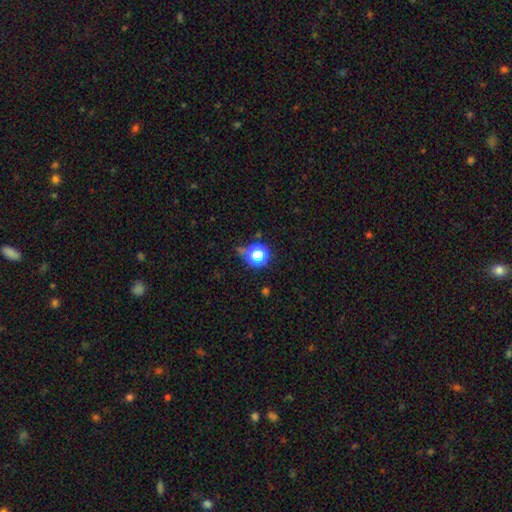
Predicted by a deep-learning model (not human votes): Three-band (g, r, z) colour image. It shows a star or artifact, not a galaxy (56%).